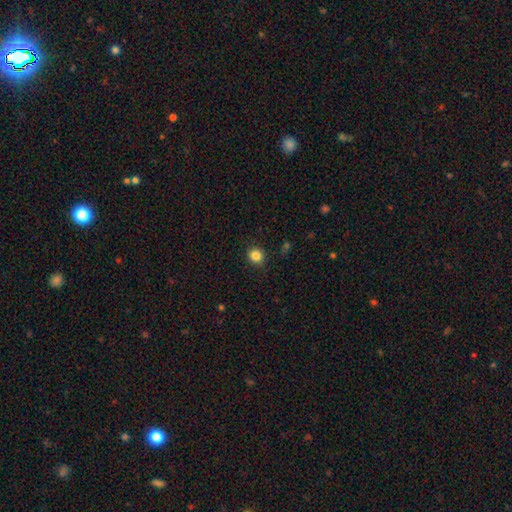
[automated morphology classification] The model was most divided on "smooth or featured": smooth: 84%, star or artifact: 11%, featured or disk: 4%. More confident: merging — none (90%); how rounded — round (87%).